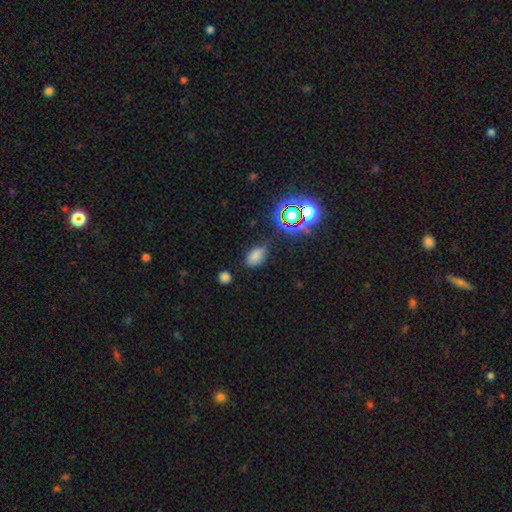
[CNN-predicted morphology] Q: Smooth or featured?
A: smooth (73%); runner-up: star or artifact (21%)
Q: How rounded?
A: in between (89%); runner-up: round (9%)
Q: Merging?
A: none (76%); runner-up: minor disturbance (16%)